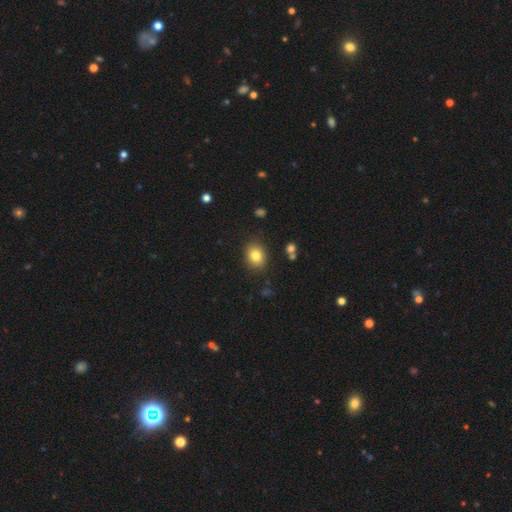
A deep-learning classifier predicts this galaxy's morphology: This appears to be a smooth galaxy with no disk features (81%) that is round (53%). Merging: none (85%).